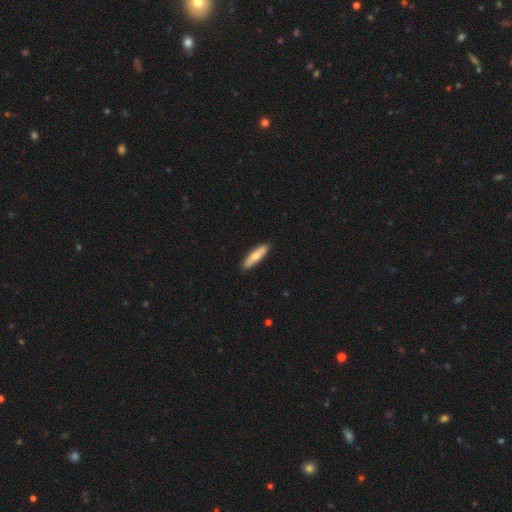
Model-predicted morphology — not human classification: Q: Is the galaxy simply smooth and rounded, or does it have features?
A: smooth — 69%.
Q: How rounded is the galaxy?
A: cigar-shaped — 73%.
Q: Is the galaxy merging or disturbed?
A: none — 90%.